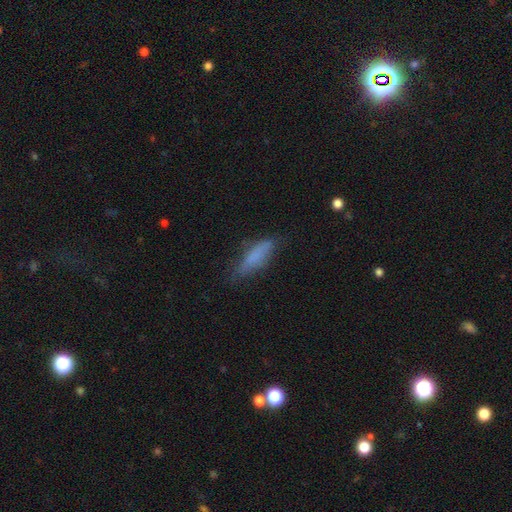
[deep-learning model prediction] A smooth galaxy with no disk features (71%) that is cigar-shaped (61%).

Vote fractions:
- Smooth or featured? smooth: 71% / featured or disk: 20% / star or artifact: 9%
- How rounded? cigar-shaped: 61% / in between: 37% / round: 2%
- Merging? none: 63% / minor disturbance: 26% / major disturbance: 9% / merger: 2%